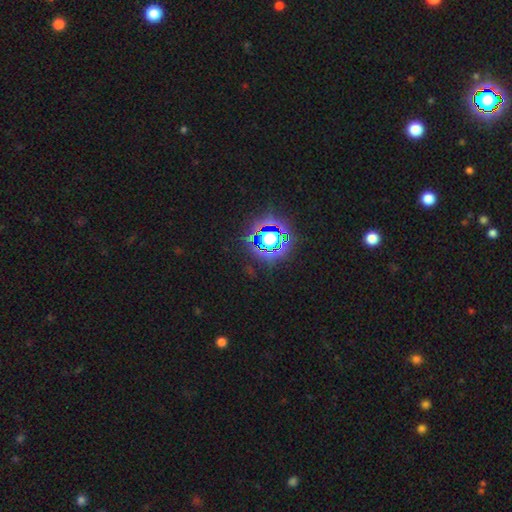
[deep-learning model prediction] smooth_or_featured: star or artifact (p=0.82) [alt: smooth p=0.12]